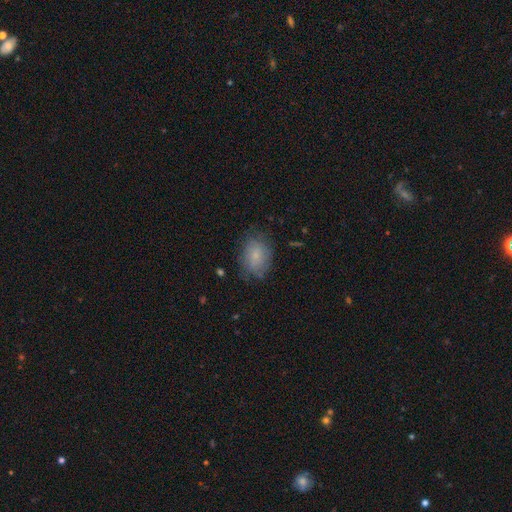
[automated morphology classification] smooth_or_featured: smooth (p=0.73) [alt: featured or disk p=0.18]
how_rounded: in between (p=0.74) [alt: round p=0.25]
merging: none (p=0.67) [alt: minor disturbance p=0.23]